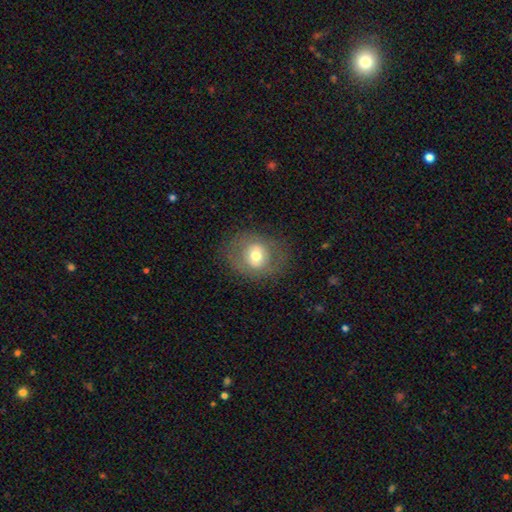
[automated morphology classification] Smooth or featured? Predicted: smooth (p=0.57). How rounded? Predicted: round (p=0.63). Merging? Predicted: none (p=0.77).